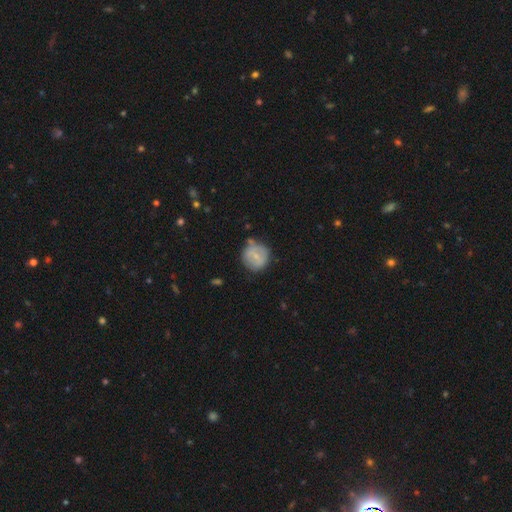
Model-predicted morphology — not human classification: Overall: smooth (62%; featured or disk 31%). How rounded: round (88%). Merging: none (64%).